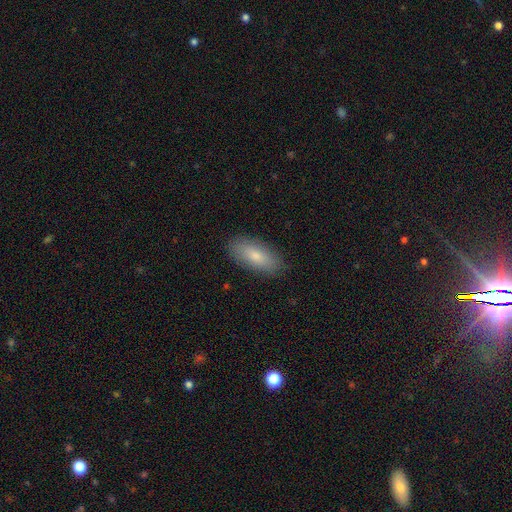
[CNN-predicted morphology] Overall: smooth (80%). How rounded: in between (82%). Merging: none (87%).